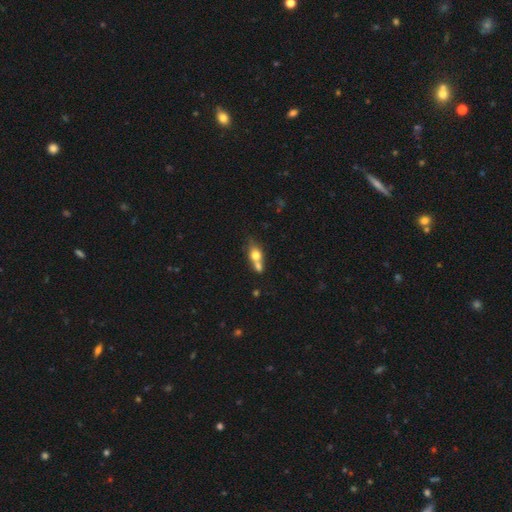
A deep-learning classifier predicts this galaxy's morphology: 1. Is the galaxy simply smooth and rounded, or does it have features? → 67% smooth, 24% featured or disk, 9% star or artifact.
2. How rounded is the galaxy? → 53% in between, 36% round, 11% cigar-shaped.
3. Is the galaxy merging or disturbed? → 58% merger, 27% none, 9% minor disturbance, 5% major disturbance.